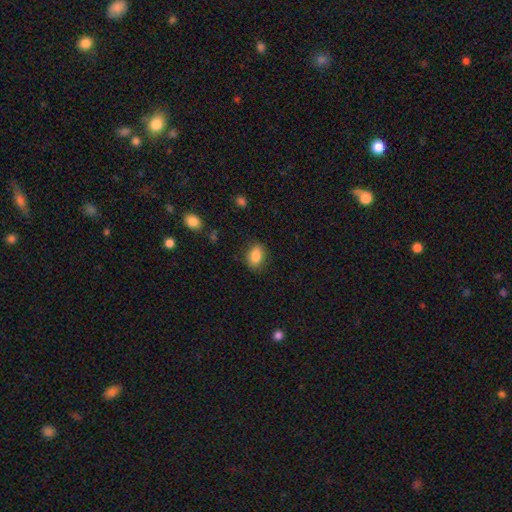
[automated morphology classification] This appears to be a smooth galaxy with no disk features (85%) that is in between round and cigar-shaped (79%). Merging: none (83%).